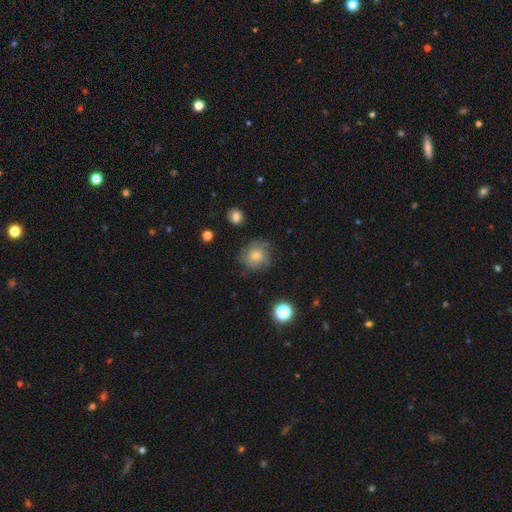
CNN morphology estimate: Q: Smooth or featured?
A: smooth (64%); runner-up: featured or disk (24%)
Q: How rounded?
A: round (87%); runner-up: in between (12%)
Q: Merging?
A: none (73%); runner-up: minor disturbance (19%)